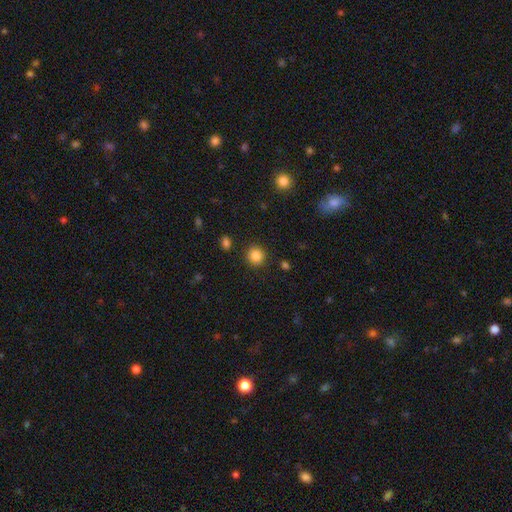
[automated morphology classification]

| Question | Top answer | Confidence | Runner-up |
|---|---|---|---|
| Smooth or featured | smooth | 85% | star or artifact (11%) |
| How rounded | round | 91% | in between (8%) |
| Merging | none | 90% | minor disturbance (6%) |